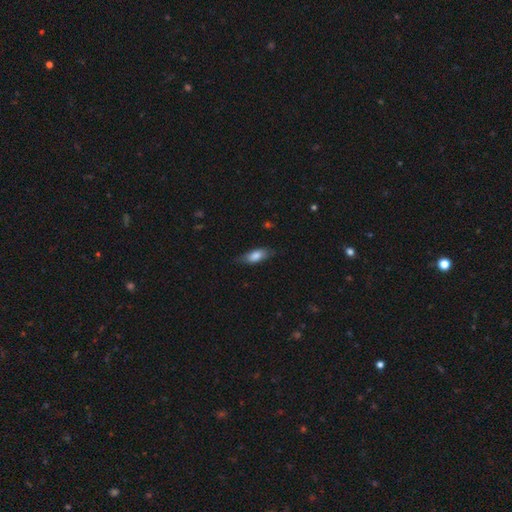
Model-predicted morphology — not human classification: Overall: smooth (77%). How rounded: in between (78%). Merging: none (74%).